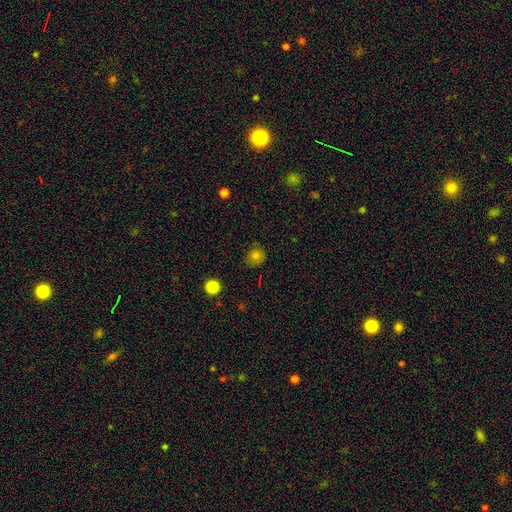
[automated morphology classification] Q: Smooth or featured?
A: smooth (78%); runner-up: star or artifact (15%)
Q: How rounded?
A: round (83%); runner-up: in between (16%)
Q: Merging?
A: none (77%); runner-up: minor disturbance (17%)